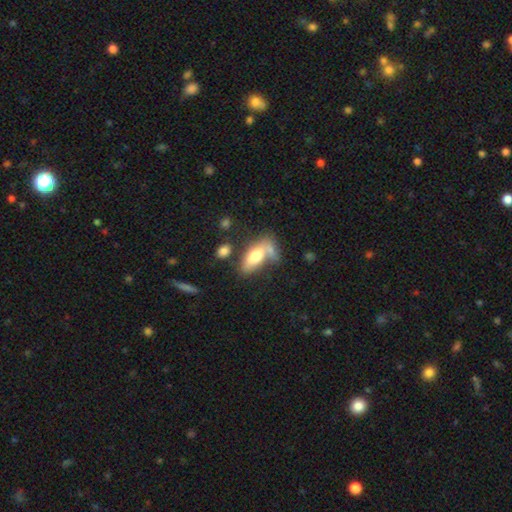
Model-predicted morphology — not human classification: The model was most divided on "merging": none: 39%, merger: 30%, minor disturbance: 18%, major disturbance: 13%. More confident: how rounded — in between (79%); smooth or featured — smooth (70%).